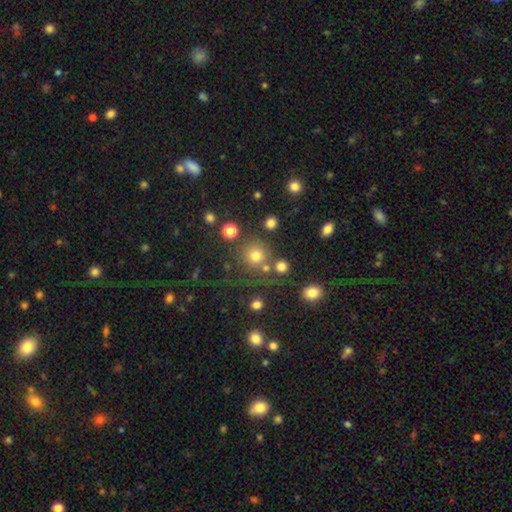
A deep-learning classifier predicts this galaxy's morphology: Q: Smooth or featured?
A: smooth (75%); runner-up: star or artifact (17%)
Q: How rounded?
A: round (92%); runner-up: in between (8%)
Q: Merging?
A: none (74%); runner-up: merger (11%)